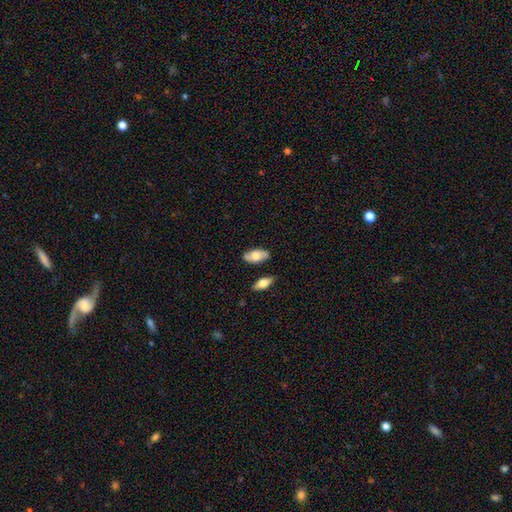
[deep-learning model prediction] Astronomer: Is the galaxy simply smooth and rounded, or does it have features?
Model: smooth — 60%.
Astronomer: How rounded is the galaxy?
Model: in between — 90%.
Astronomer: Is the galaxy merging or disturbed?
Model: none — 79%.